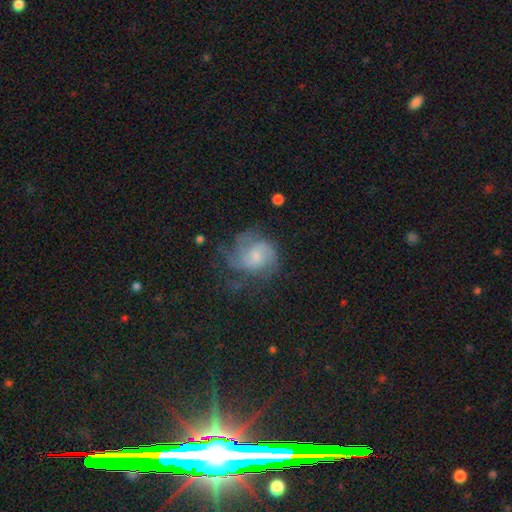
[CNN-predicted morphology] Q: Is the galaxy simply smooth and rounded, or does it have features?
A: featured or disk — 65%.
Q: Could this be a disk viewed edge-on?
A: no — 98%.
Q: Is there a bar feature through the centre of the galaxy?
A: no — 67%.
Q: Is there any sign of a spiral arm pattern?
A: yes — 87%.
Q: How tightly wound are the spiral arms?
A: medium — 44%.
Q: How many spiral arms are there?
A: can't tell — 34%.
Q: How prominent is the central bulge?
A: small — 51%.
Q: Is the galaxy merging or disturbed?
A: none — 51%.